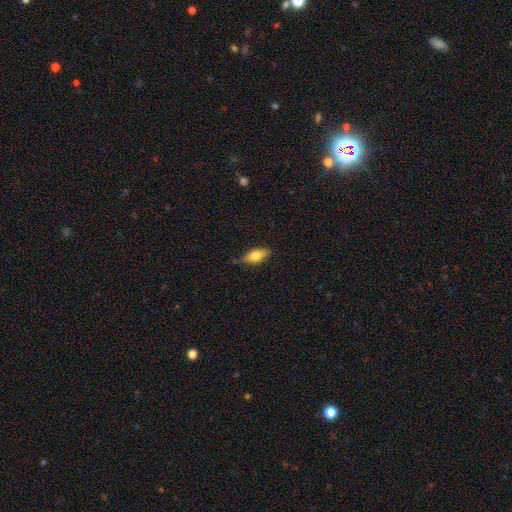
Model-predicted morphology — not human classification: smooth_or_featured: smooth (p=0.71) [alt: featured or disk p=0.22]
how_rounded: in between (p=0.79) [alt: cigar-shaped p=0.18]
merging: none (p=0.75) [alt: minor disturbance p=0.20]